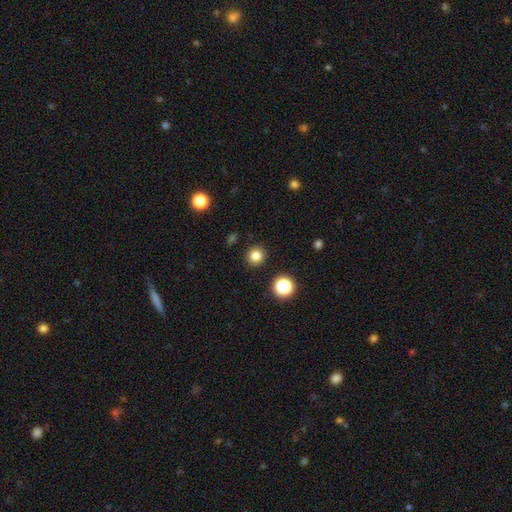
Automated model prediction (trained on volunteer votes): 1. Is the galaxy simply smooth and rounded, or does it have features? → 82% smooth, 13% star or artifact, 5% featured or disk.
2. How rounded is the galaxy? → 93% round, 6% in between, 1% cigar-shaped.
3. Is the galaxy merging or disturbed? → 91% none, 5% minor disturbance, 2% major disturbance, 1% merger.